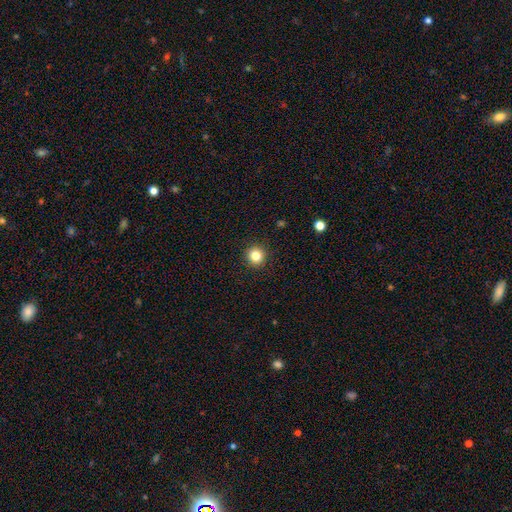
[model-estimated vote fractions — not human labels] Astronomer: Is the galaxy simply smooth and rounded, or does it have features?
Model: smooth — 83%.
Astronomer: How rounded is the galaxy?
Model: round — 93%.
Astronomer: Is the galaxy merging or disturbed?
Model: none — 92%.